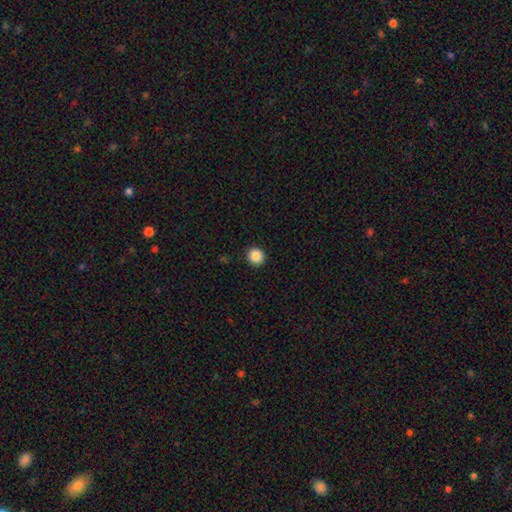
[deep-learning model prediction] smooth-or-featured: smooth: 86% | star or artifact: 9% | featured or disk: 4%
  how-rounded: round: 87% | in between: 12% | cigar-shaped: 1%
  merging: none: 92% | minor disturbance: 5% | major disturbance: 2% | merger: 1%